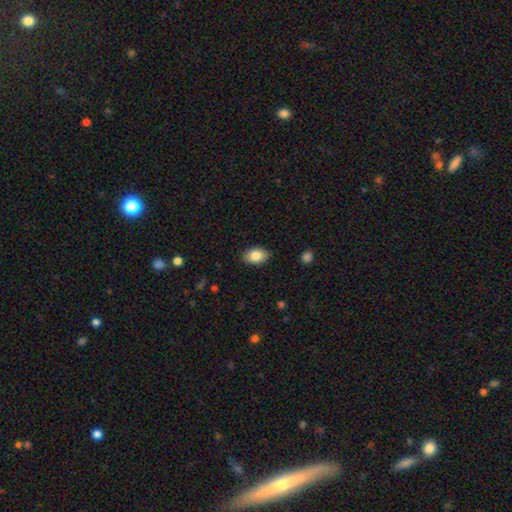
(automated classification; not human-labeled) Morphology: type=smooth (84%); roundness=in between (86%); merging=none (87%).